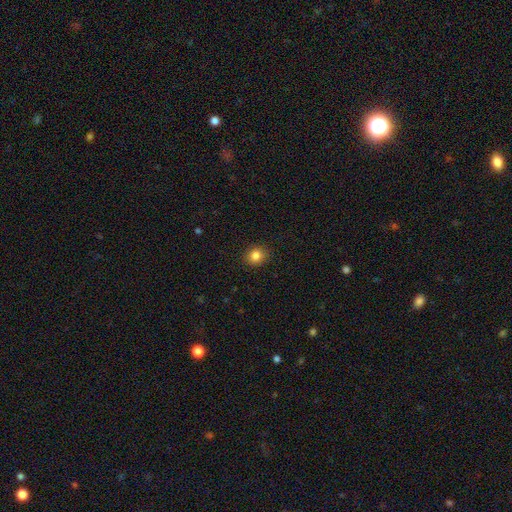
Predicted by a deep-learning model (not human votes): smooth-or-featured: smooth: 84% | star or artifact: 11% | featured or disk: 5%
  how-rounded: round: 76% | in between: 23% | cigar-shaped: 1%
  merging: none: 90% | minor disturbance: 7% | major disturbance: 2% | merger: 1%